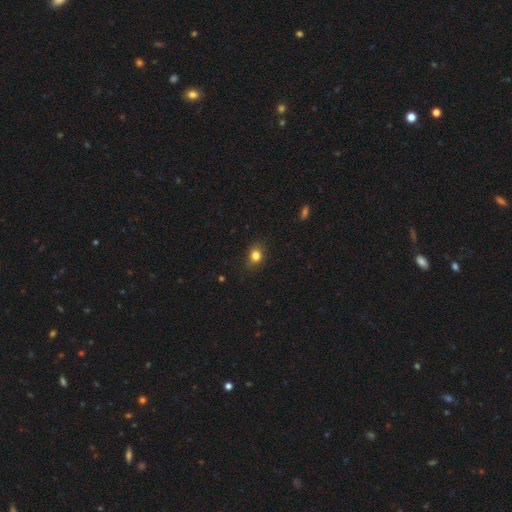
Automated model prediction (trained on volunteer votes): smooth-or-featured: smooth: 82% | star or artifact: 12% | featured or disk: 7%
  how-rounded: round: 54% | in between: 45% | cigar-shaped: 1%
  merging: none: 80% | minor disturbance: 15% | major disturbance: 3% | merger: 1%